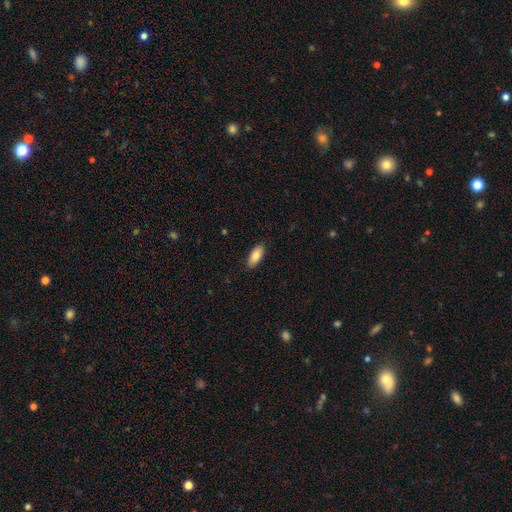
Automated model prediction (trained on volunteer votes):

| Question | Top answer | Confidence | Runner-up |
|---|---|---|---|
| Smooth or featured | smooth | 87% | featured or disk (7%) |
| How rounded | in between | 87% | cigar-shaped (11%) |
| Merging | none | 88% | minor disturbance (9%) |